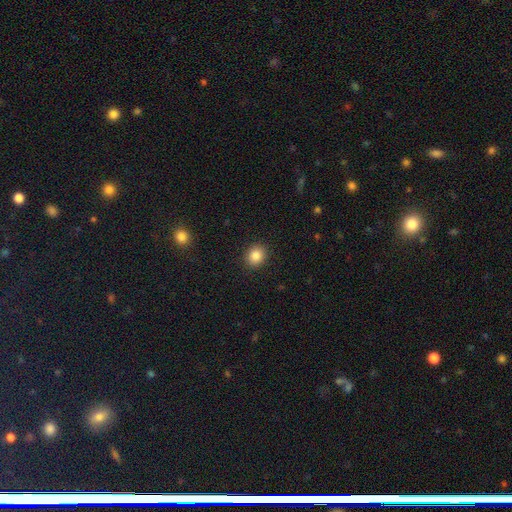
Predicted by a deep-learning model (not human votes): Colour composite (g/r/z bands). It shows a smooth galaxy with no disk features (85%) that is round (70%). Merging: none (91%).